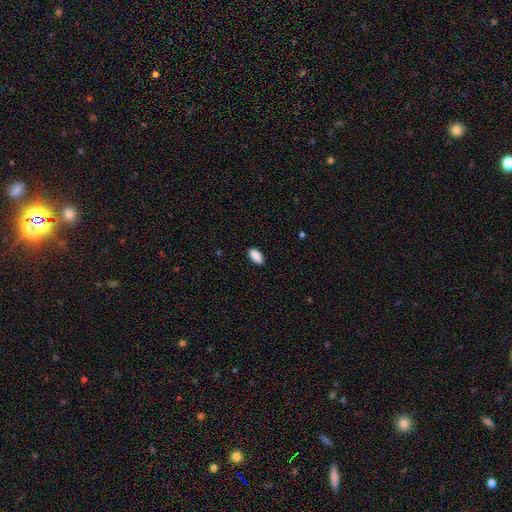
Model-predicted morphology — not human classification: Smooth or featured? Predicted: smooth (p=0.90). How rounded? Predicted: in between (p=0.91). Merging? Predicted: none (p=0.87).